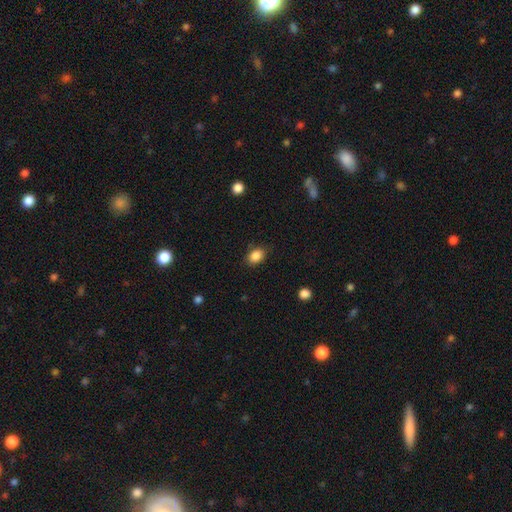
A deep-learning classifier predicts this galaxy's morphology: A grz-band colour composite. It shows a smooth galaxy with no disk features (87%) that is in between round and cigar-shaped (75%). Merging: none (84%).